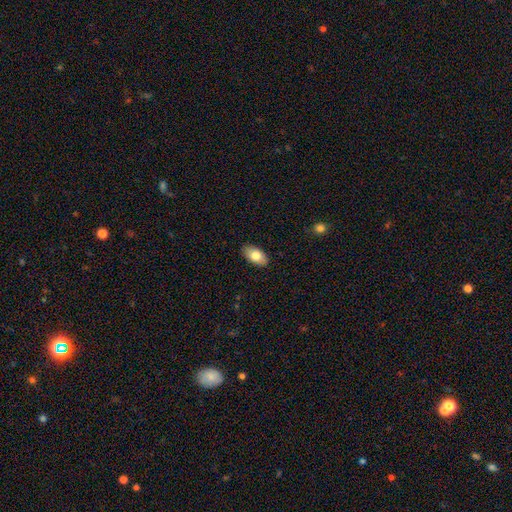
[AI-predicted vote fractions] This is clearly a smooth galaxy (80%). How rounded: clearly in between (94%). Merging: clearly none (88%).